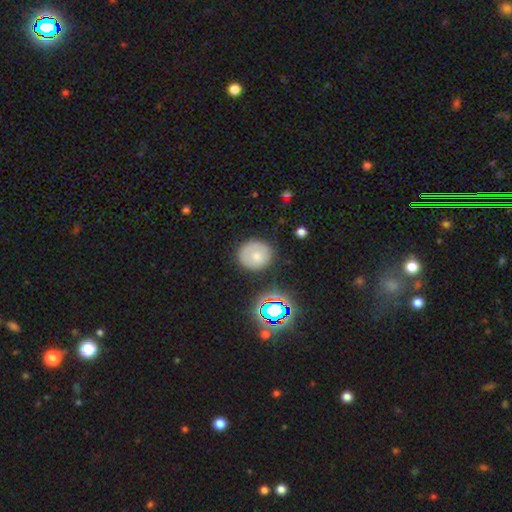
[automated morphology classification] Smooth or featured? Predicted: smooth (p=0.68). How rounded? Predicted: round (p=0.80). Merging? Predicted: none (p=0.79).